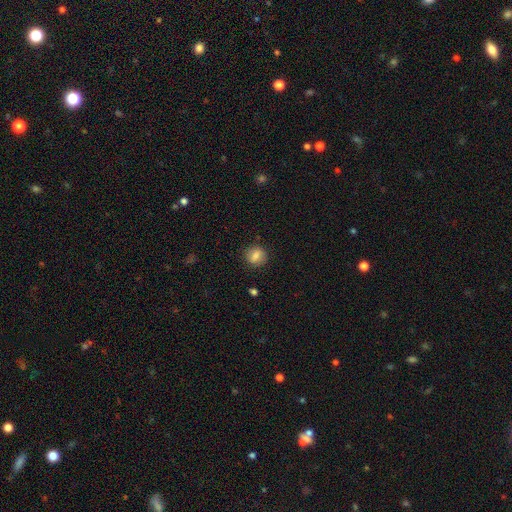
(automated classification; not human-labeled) Smooth or featured? smooth (79%)
How rounded? round (82%)
Merging? none (87%)